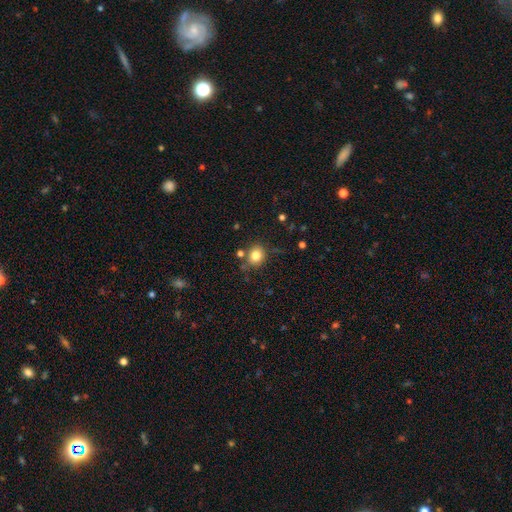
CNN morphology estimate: Smooth or featured? smooth (82%)
How rounded? round (77%)
Merging? none (77%)